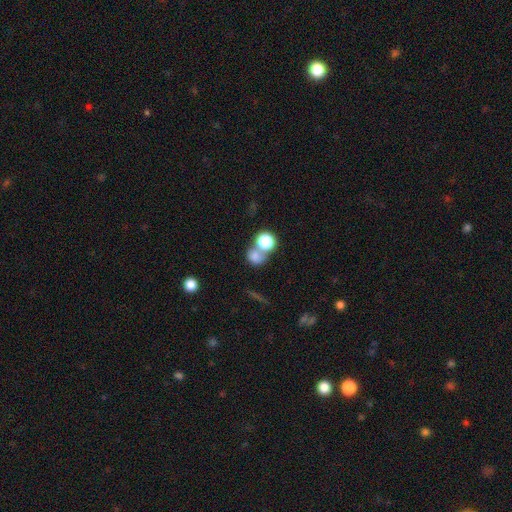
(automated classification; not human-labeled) Overall: smooth (75%). How rounded: round (73%). Merging: merger (49%; none 38%).